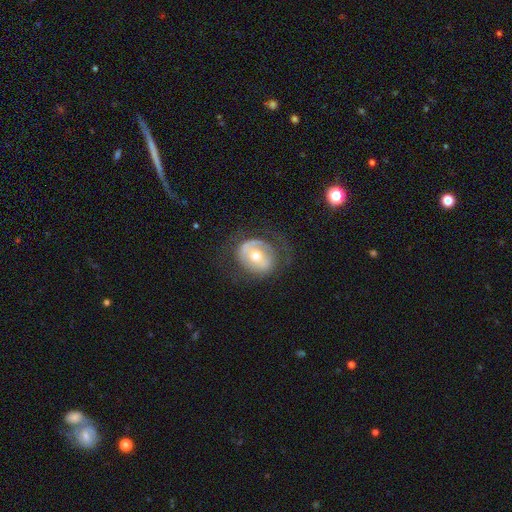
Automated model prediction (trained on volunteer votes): The model was most divided on "bar": no: 41%, weak: 34%, strong: 25%. More confident: edge-on disk — no (95%); bulge size — moderate (73%); merging — none (63%); smooth or featured — featured or disk (60%); spiral arms — no (54%).